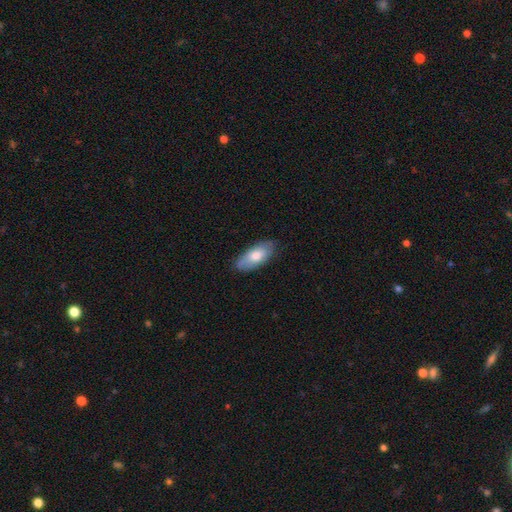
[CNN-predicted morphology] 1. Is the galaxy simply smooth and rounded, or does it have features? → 71% smooth, 23% featured or disk, 6% star or artifact.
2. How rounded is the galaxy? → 88% in between, 10% cigar-shaped, 2% round.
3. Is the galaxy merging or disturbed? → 81% none, 16% minor disturbance, 3% major disturbance, 1% merger.